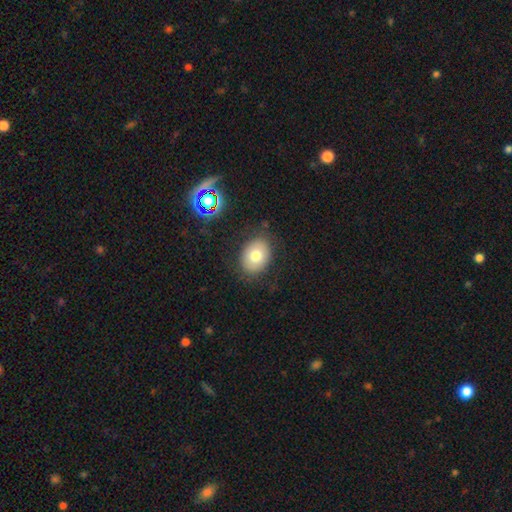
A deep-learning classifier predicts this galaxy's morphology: Smooth or featured? Predicted: smooth (p=0.74). How rounded? Predicted: in between (p=0.62). Merging? Predicted: none (p=0.82).